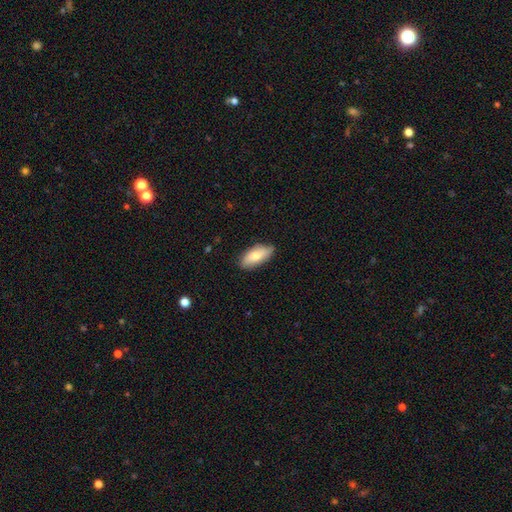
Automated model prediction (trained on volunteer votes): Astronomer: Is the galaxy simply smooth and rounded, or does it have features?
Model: smooth — 75%.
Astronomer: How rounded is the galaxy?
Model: in between — 86%.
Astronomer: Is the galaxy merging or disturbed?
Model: none — 82%.